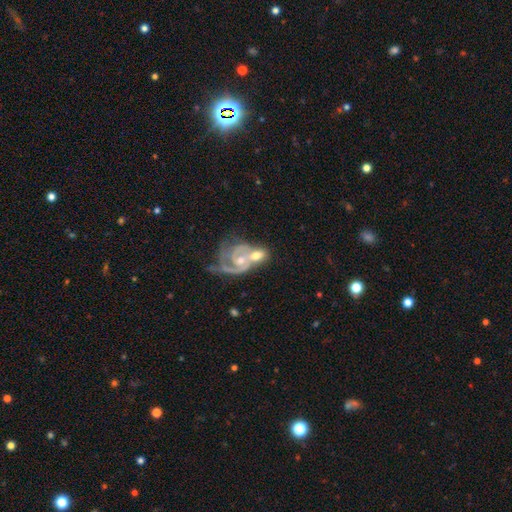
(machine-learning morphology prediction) smooth_or_featured: featured or disk (p=0.78) [alt: smooth p=0.16]
disk_edge_on: no (p=0.97) [alt: yes p=0.03]
bar: no (p=0.60) [alt: weak p=0.32]
has_spiral_arms: yes (p=0.88) [alt: no p=0.12]
spiral_winding: tight (p=0.44) [alt: medium p=0.39]
spiral_arm_count: 2 (p=0.54) [alt: 1 p=0.20]
bulge_size: moderate (p=0.55) [alt: small p=0.35]
merging: merger (p=0.62) [alt: none p=0.18]